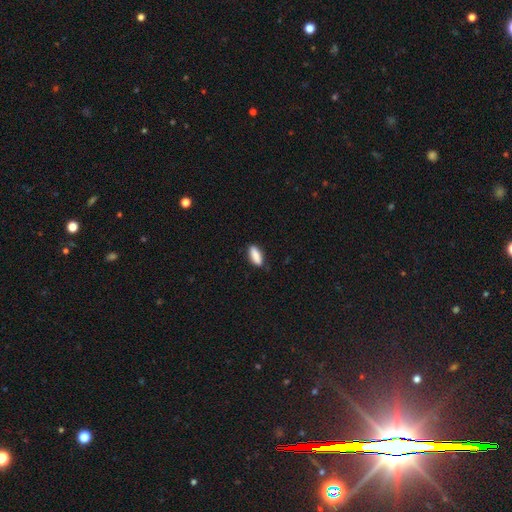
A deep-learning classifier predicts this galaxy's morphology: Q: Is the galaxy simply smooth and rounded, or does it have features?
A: smooth — 88%.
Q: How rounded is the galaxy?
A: in between — 71%.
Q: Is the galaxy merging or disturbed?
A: none — 85%.